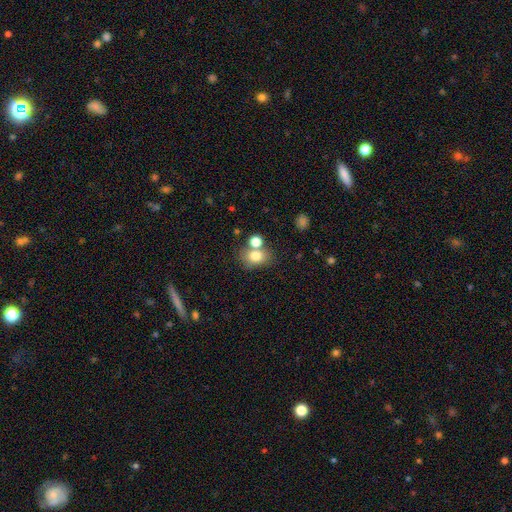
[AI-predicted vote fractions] A smooth galaxy with no disk features (77%) that is in between round and cigar-shaped (58%).

Vote fractions:
- Smooth or featured? smooth: 77% / featured or disk: 11% / star or artifact: 11%
- How rounded? in between: 58% / round: 40% / cigar-shaped: 1%
- Merging? none: 54% / merger: 30% / minor disturbance: 12% / major disturbance: 5%